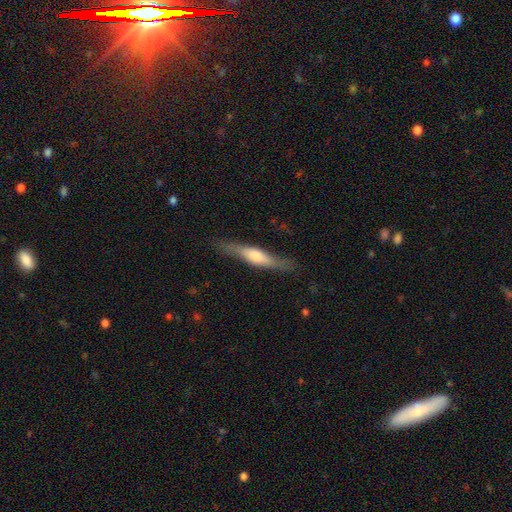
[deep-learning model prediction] Smooth or featured?
  - featured or disk: 53% *
  - smooth: 41%
  - star or artifact: 6%
Edge-on disk?
  - yes: 90% *
  - no: 10%
Merging?
  - none: 81% *
  - minor disturbance: 14%
  - major disturbance: 4%
  - merger: 1%